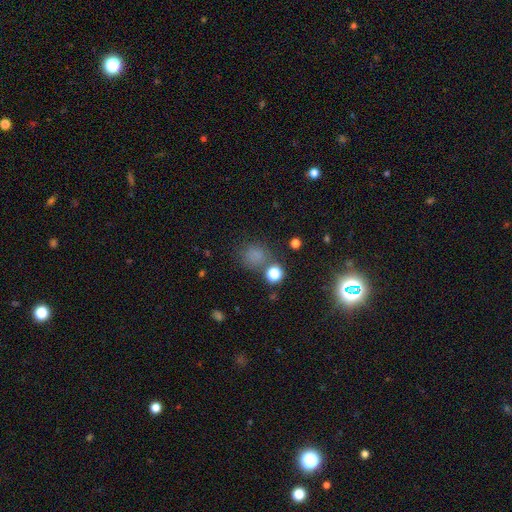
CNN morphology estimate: Smooth or featured? smooth (69%)
How rounded? round (75%)
Merging? none (69%)